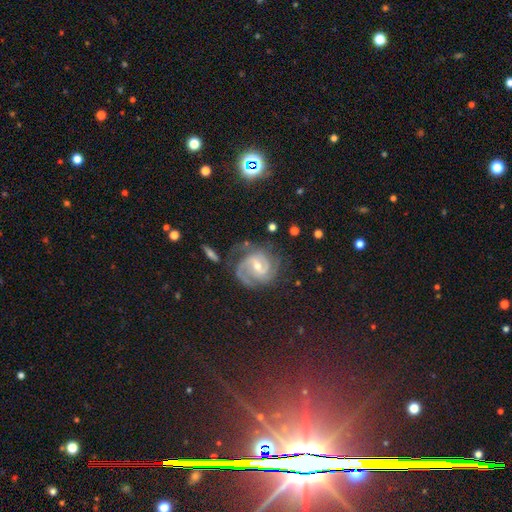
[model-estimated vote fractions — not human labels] This is likely a featured or disk galaxy (77%). It is clearly not viewed edge-on (97%). Bar: possibly weak (47%). Spiral arm pattern: clearly yes (96%). Spiral arm count: possibly 2 (49%). Spiral winding: possibly tight (56%). Central bulge: possibly small (55%). Merging: likely none (68%).